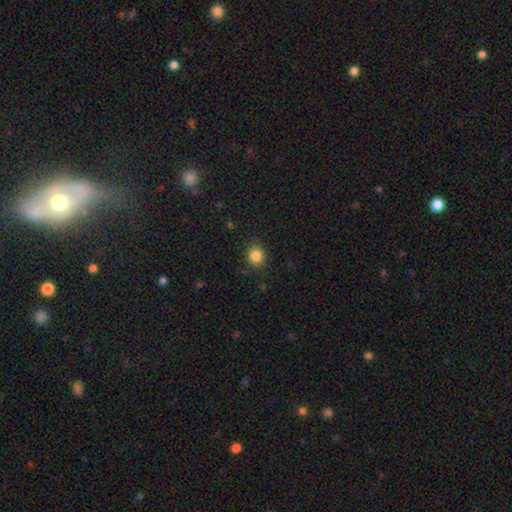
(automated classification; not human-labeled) Smooth or featured: smooth — 85% (star or artifact — 11%)
How rounded: round — 80% (in between — 19%)
Merging: none — 86% (minor disturbance — 10%)